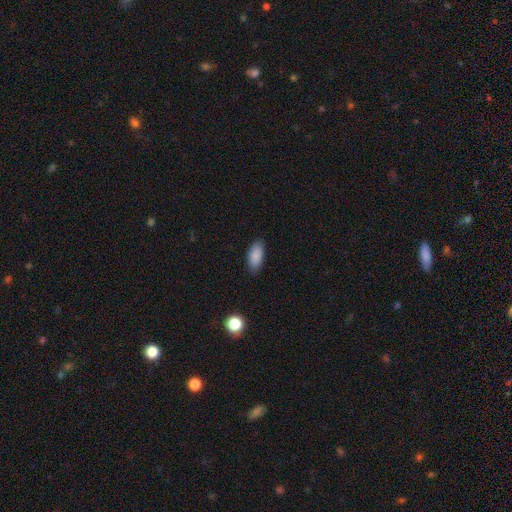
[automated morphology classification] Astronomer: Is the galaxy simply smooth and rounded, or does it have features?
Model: smooth — 88%.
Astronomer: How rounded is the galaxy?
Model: in between — 89%.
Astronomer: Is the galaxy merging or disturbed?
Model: none — 85%.